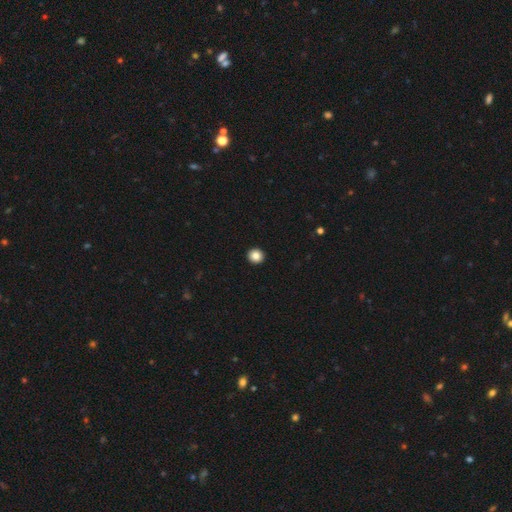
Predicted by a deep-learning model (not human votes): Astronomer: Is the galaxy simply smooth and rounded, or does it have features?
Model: smooth — 86%.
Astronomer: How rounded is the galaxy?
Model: round — 91%.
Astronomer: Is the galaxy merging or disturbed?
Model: none — 94%.